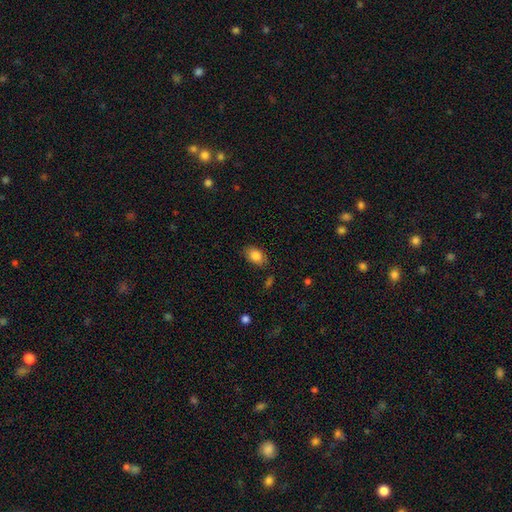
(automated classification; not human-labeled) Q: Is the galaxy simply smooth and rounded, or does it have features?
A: smooth — 85%.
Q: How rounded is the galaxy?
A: in between — 83%.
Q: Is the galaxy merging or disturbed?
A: none — 81%.